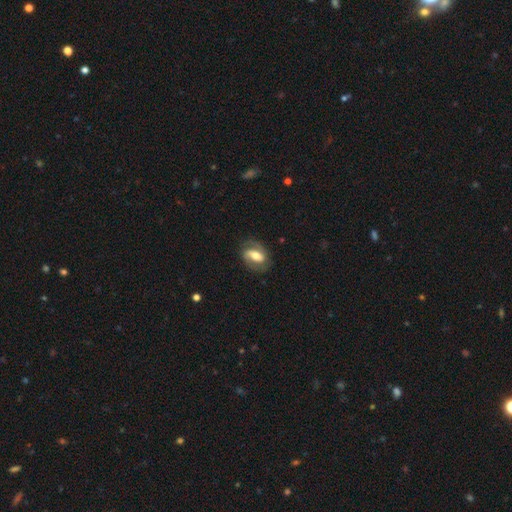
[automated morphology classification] type=featured or disk (68%); edge-on=no (95%); bar=strong (39%); spiral arms=yes (85%); winding=medium (46%); arm count=2 (84%); bulge=moderate (60%); merging=none (76%).